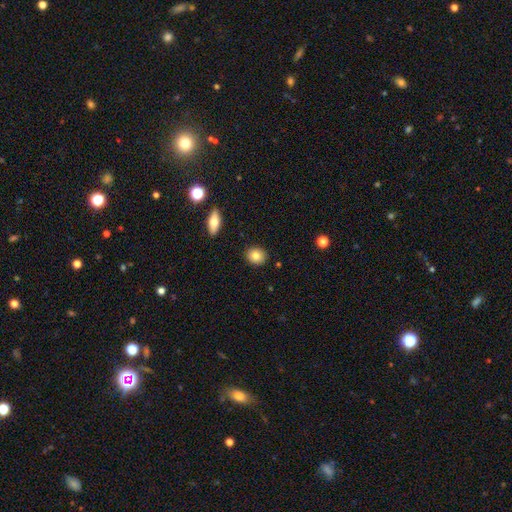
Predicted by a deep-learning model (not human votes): A smooth galaxy with no disk features (83%) that is round (70%). Merging: none (90%).